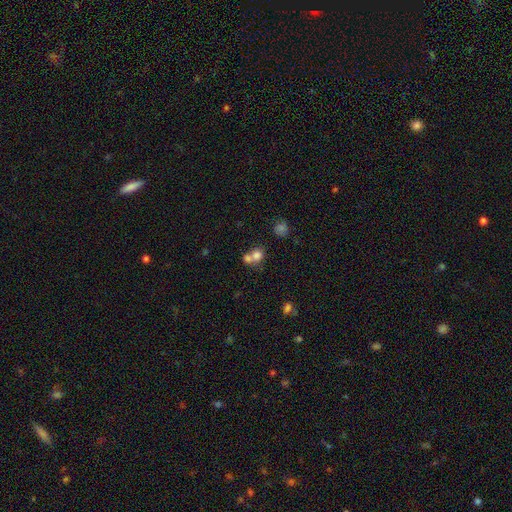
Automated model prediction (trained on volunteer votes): This is likely a smooth galaxy (76%). How rounded: likely round (74%). Merging: possibly merger (57%).